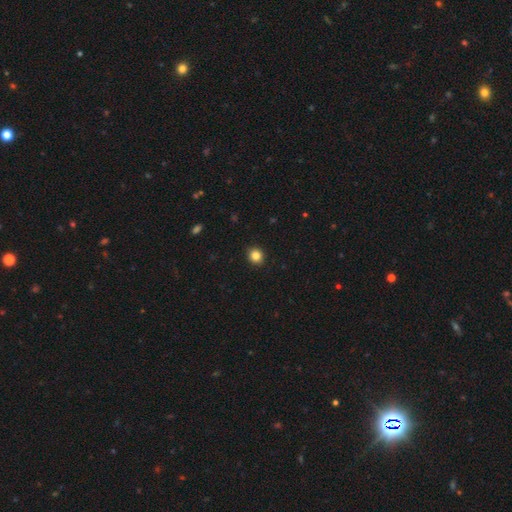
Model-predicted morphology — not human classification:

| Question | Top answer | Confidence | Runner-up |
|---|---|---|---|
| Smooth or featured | smooth | 84% | star or artifact (11%) |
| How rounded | round | 84% | in between (15%) |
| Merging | none | 92% | minor disturbance (5%) |